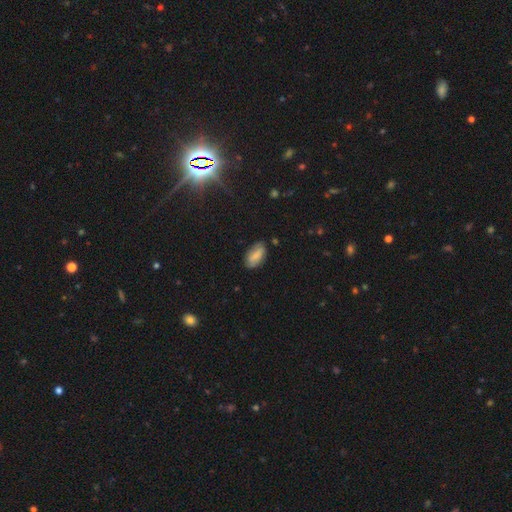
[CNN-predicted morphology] smooth 72%, featured or disk 20%, star or artifact 8%. Down the decision tree: how rounded — in between (91%); merging — none (77%).